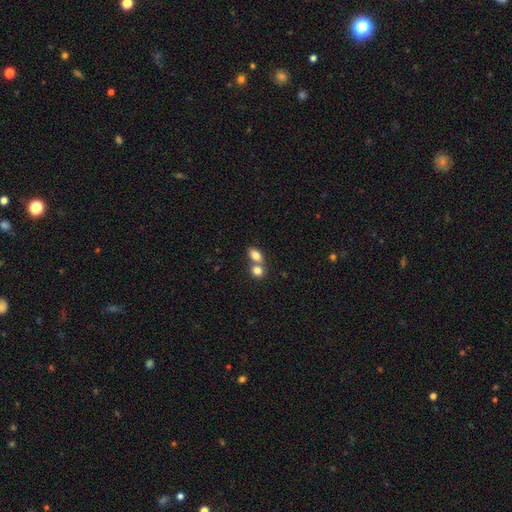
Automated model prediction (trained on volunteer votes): Smooth or featured: smooth — 81% (featured or disk — 10%)
How rounded: in between — 76% (round — 22%)
Merging: merger — 52% (none — 37%)